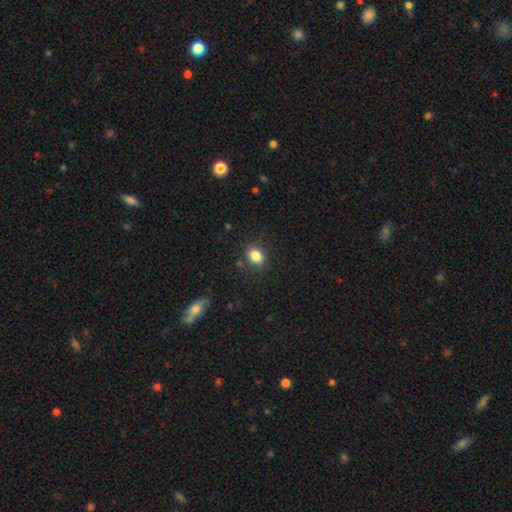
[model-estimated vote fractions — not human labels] This is clearly a smooth galaxy (84%). How rounded: possibly in between (58%). Merging: clearly none (84%).